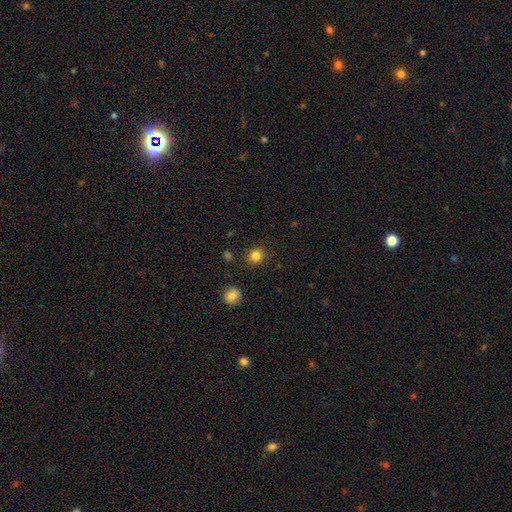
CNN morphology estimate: smooth 83%, star or artifact 12%, featured or disk 5%. Down the decision tree: how rounded — round (84%); merging — none (88%).